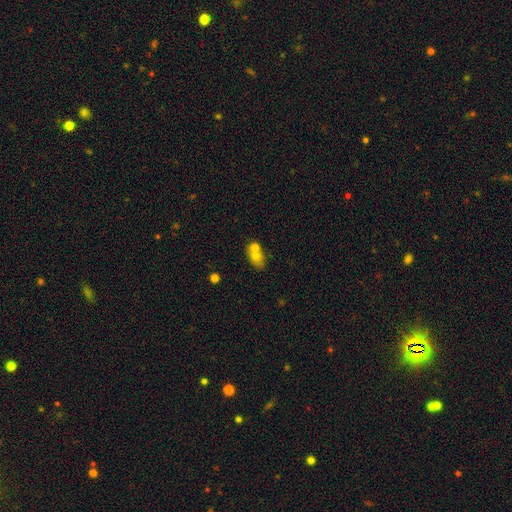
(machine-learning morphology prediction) This is likely a smooth galaxy (68%). How rounded: likely in between (69%). Merging: possibly merger (49%).